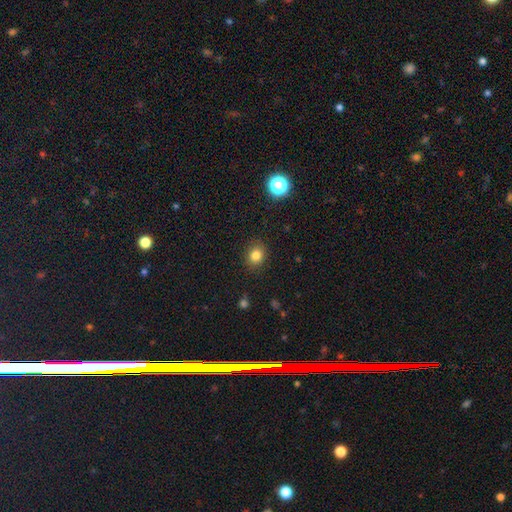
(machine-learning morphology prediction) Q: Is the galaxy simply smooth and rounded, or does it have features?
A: smooth — 81%.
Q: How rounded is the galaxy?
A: round — 68%.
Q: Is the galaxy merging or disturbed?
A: none — 88%.